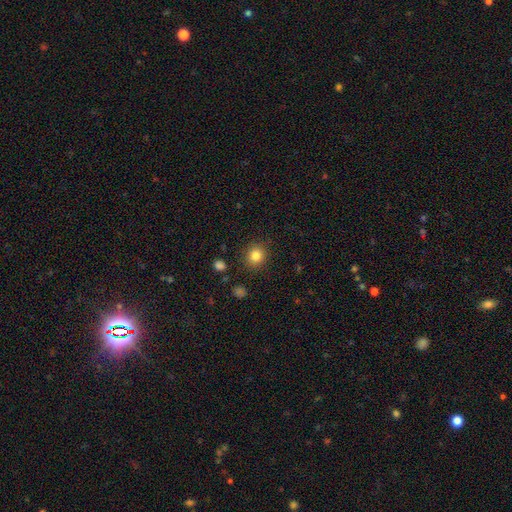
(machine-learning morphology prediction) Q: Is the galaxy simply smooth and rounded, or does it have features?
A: smooth — 83%.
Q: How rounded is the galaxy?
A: round — 85%.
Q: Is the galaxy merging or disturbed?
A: none — 89%.